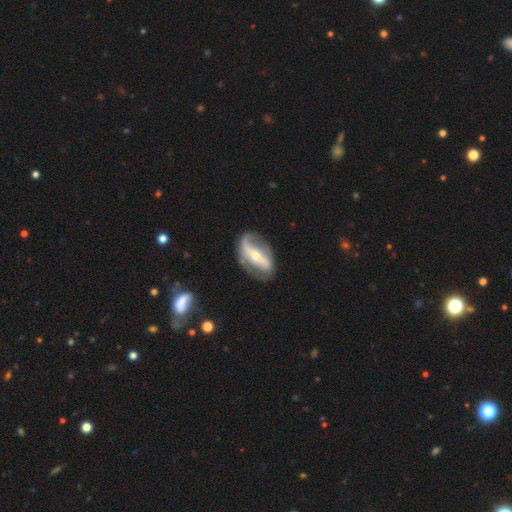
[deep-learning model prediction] Smooth or featured? featured or disk (79%)
Edge-on disk? no (89%)
Bar? strong (61%)
Spiral arms? yes (78%)
Spiral winding? loose (59%)
Spiral arm count? 2 (81%)
Bulge size? small (52%)
Merging? none (69%)